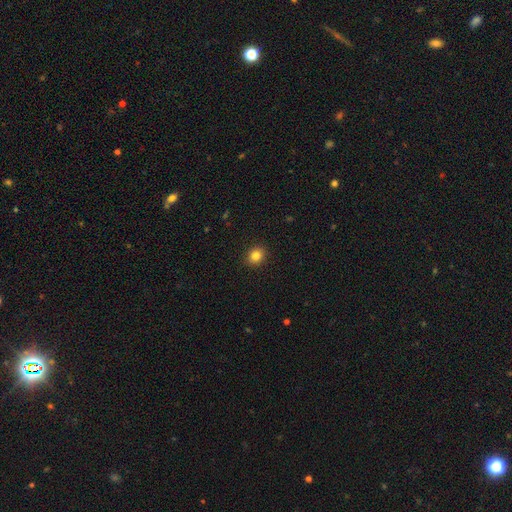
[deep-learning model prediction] smooth 83%, star or artifact 11%, featured or disk 6%. Down the decision tree: how rounded — round (73%); merging — none (91%).